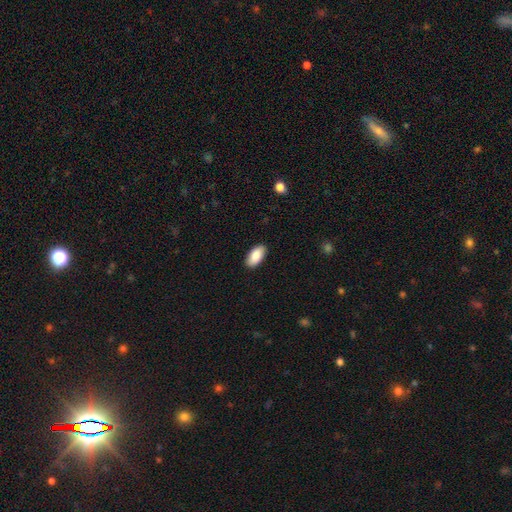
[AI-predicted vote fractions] Smooth or featured: smooth — 88% (star or artifact — 6%)
How rounded: in between — 94% (cigar-shaped — 4%)
Merging: none — 89% (minor disturbance — 8%)